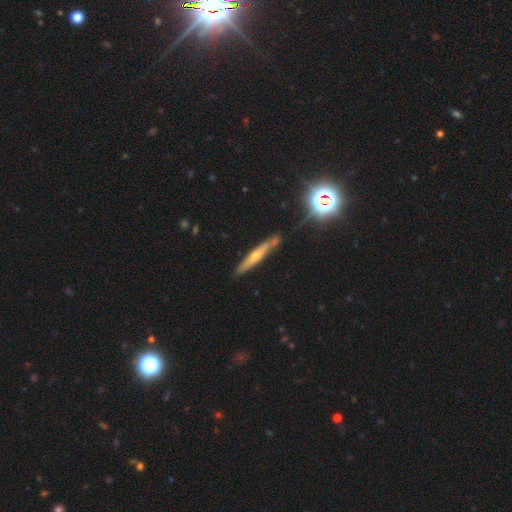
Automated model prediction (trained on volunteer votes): Smooth or featured? Predicted: featured or disk (p=0.52). Edge-on disk? Predicted: yes (p=0.92). Merging? Predicted: none (p=0.78).